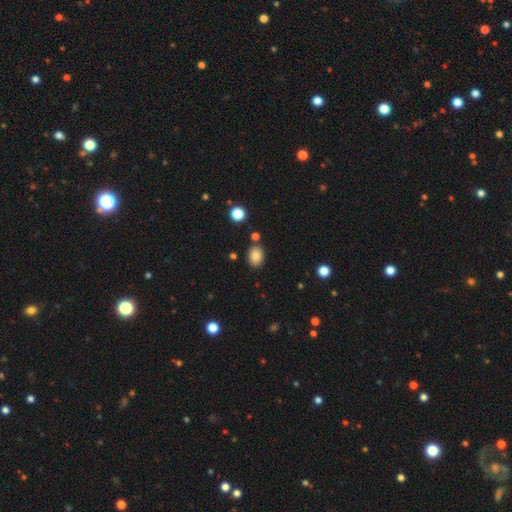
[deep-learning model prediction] A smooth galaxy with no disk features (85%) that is in between round and cigar-shaped (67%). Merging: none (81%).